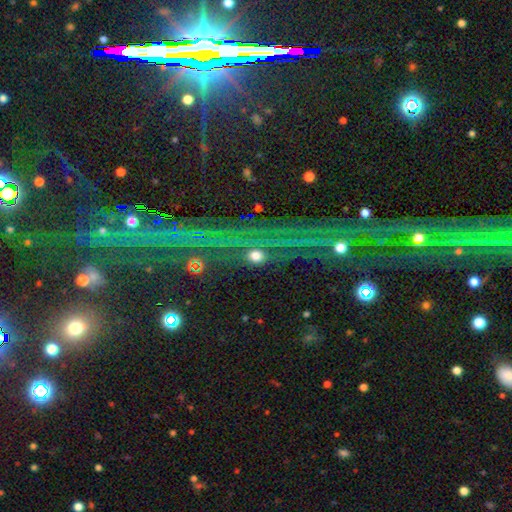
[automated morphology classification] A smooth galaxy with no disk features (43%).

Vote fractions:
- Smooth or featured? smooth: 43% / star or artifact: 41% / featured or disk: 16%
- Merging? none: 72% / minor disturbance: 13% / major disturbance: 9% / merger: 6%